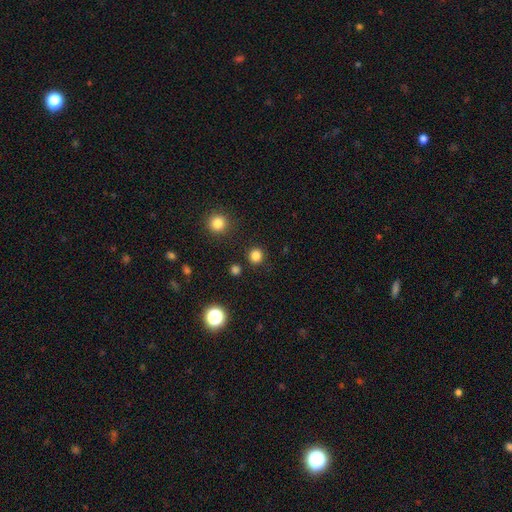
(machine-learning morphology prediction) Smooth or featured?
  - smooth: 82% *
  - star or artifact: 15%
  - featured or disk: 3%
How rounded?
  - round: 92% *
  - in between: 7%
  - cigar-shaped: 1%
Merging?
  - none: 90% *
  - minor disturbance: 5%
  - merger: 2%
  - major disturbance: 2%